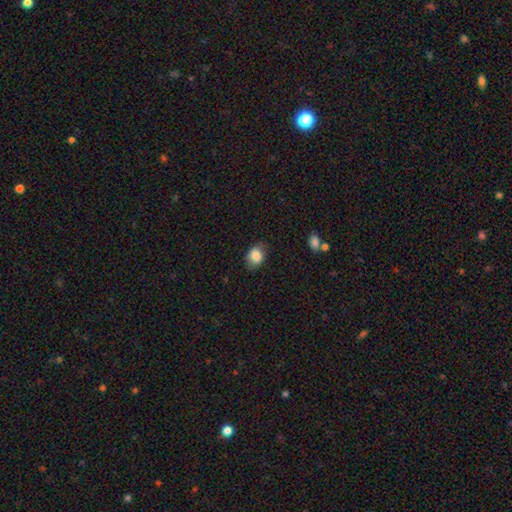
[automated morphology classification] Q: Smooth or featured?
A: smooth (82%); runner-up: featured or disk (10%)
Q: How rounded?
A: in between (71%); runner-up: round (27%)
Q: Merging?
A: none (75%); runner-up: minor disturbance (19%)